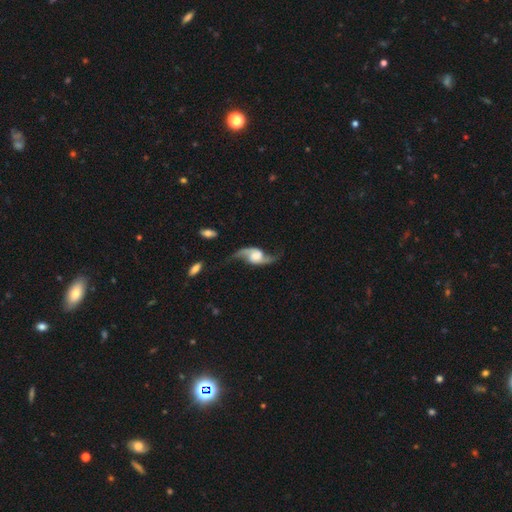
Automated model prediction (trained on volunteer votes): A featured or disk galaxy (87%) with no bar (60%), 2 (93%) loose (84%) spiral arms (96%) and a large central bulge (38%). Merging: none (67%).